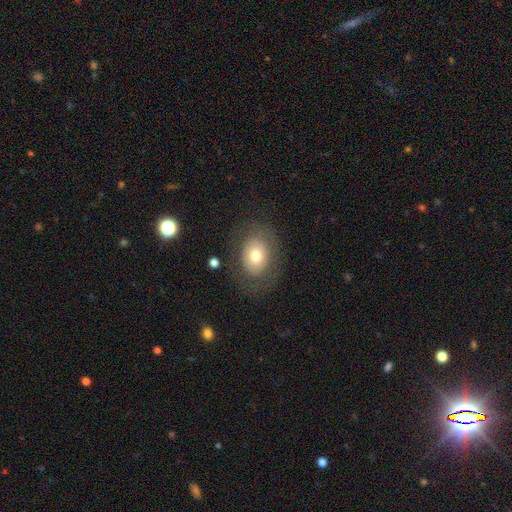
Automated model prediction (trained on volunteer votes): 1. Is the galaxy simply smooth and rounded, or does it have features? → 67% smooth, 24% featured or disk, 9% star or artifact.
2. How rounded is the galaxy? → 66% in between, 33% round, 1% cigar-shaped.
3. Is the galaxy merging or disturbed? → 75% none, 14% minor disturbance, 9% major disturbance, 1% merger.